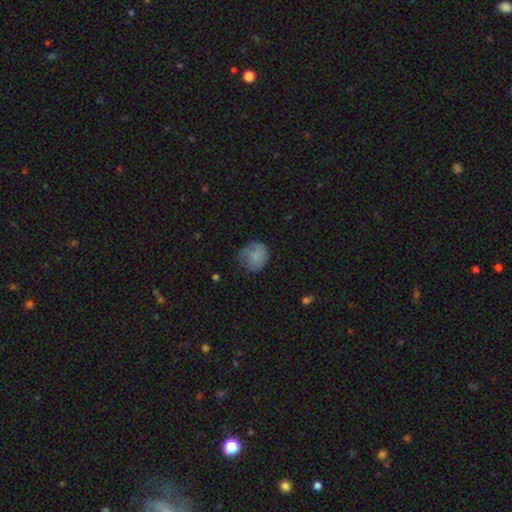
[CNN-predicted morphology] This appears to be a smooth galaxy with no disk features (79%) that is round (83%). Merging: none (63%).